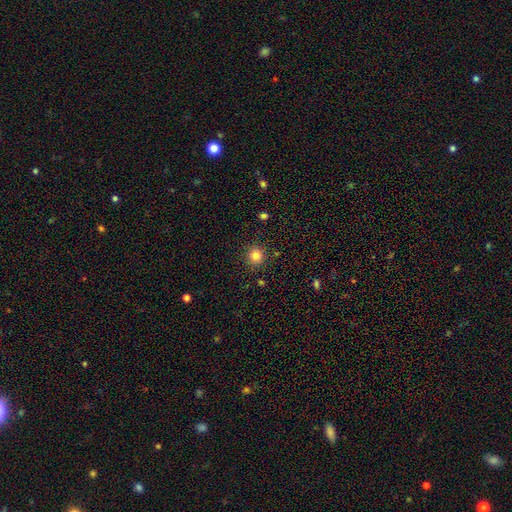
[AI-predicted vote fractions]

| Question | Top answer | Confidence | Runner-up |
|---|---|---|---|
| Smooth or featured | smooth | 83% | star or artifact (12%) |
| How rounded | round | 92% | in between (7%) |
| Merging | none | 89% | minor disturbance (7%) |